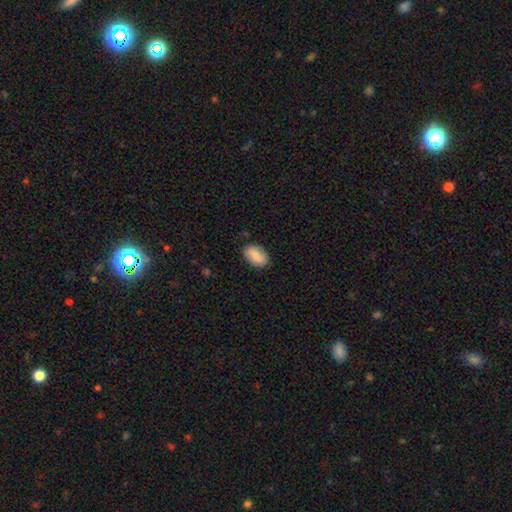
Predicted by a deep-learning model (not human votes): smooth 85%, featured or disk 8%, star or artifact 7%. Down the decision tree: how rounded — in between (92%); merging — none (83%).